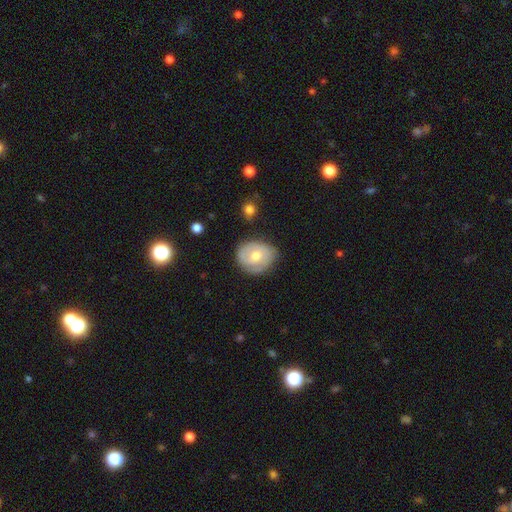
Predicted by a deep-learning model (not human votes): A featured or disk galaxy (55%) with no bar (73%), spiral arms (73%) and a moderate central bulge (70%). Merging: none (70%).